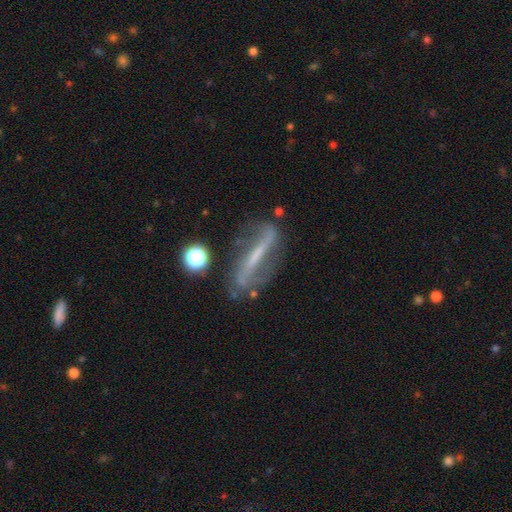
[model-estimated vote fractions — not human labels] Q: Smooth or featured?
A: featured or disk (70%); runner-up: smooth (20%)
Q: Edge-on disk?
A: no (56%); runner-up: yes (44%)
Q: Merging?
A: none (61%); runner-up: minor disturbance (21%)